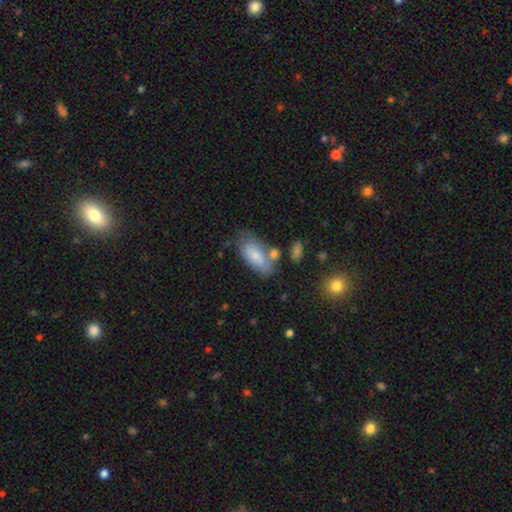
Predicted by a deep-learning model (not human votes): Smooth or featured? Predicted: smooth (p=0.79). How rounded? Predicted: in between (p=0.90). Merging? Predicted: none (p=0.56).